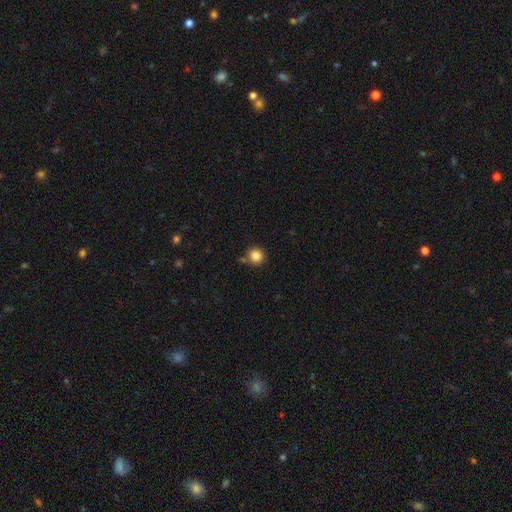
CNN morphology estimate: Smooth or featured: smooth — 85% (star or artifact — 11%)
How rounded: round — 93% (in between — 6%)
Merging: none — 76% (minor disturbance — 11%)